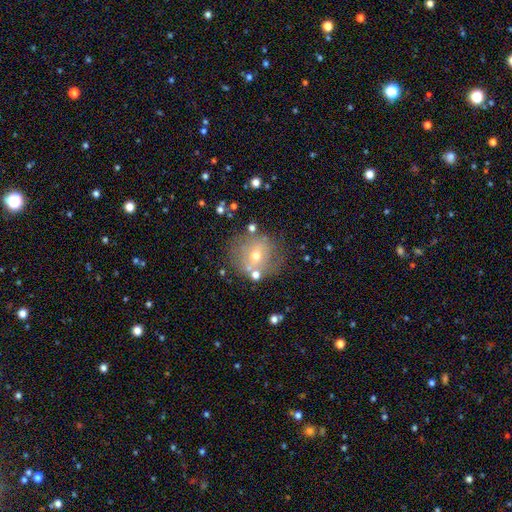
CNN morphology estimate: Overall: smooth (46%; featured or disk 40%). Merging: none (69%).